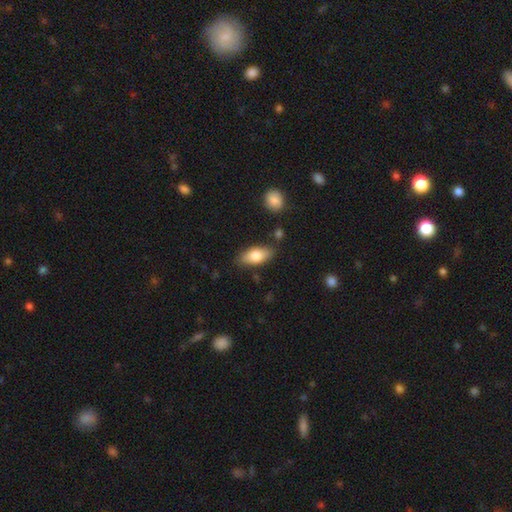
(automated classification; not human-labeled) This is likely a smooth galaxy (77%). How rounded: clearly in between (88%). Merging: clearly none (80%).